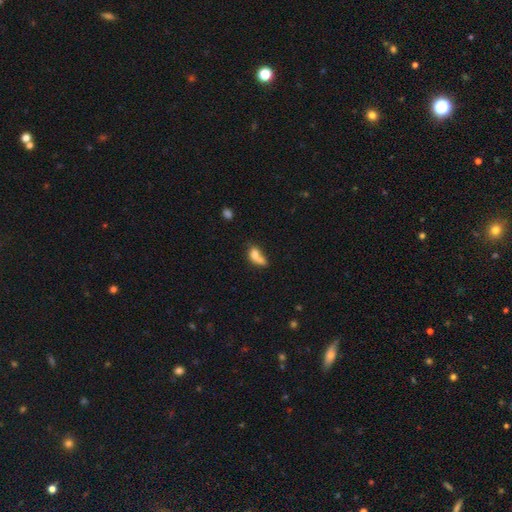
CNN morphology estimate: A smooth galaxy with no disk features (71%) that is in between round and cigar-shaped (64%). Merging: merger (61%).